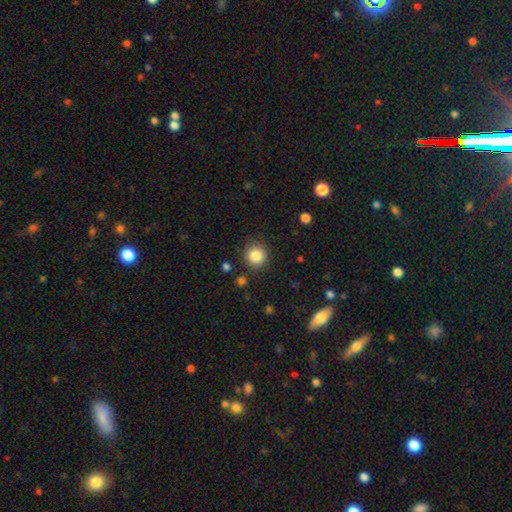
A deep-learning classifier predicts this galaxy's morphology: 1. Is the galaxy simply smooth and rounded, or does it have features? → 85% smooth, 10% star or artifact, 5% featured or disk.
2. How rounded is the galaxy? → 93% round, 6% in between, 1% cigar-shaped.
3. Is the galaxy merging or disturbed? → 89% none, 7% minor disturbance, 2% major disturbance, 2% merger.